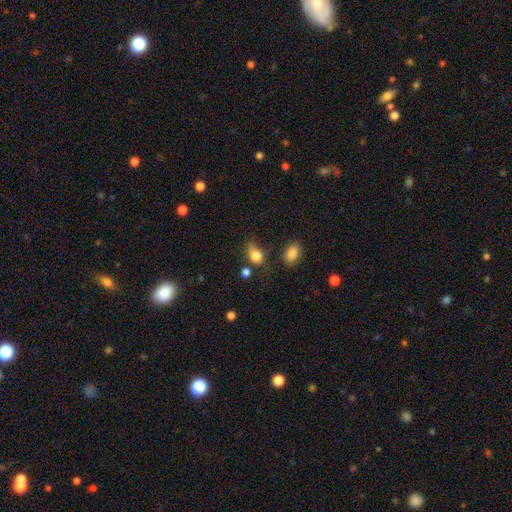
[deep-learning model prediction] Smooth or featured?
  - smooth: 80% *
  - star or artifact: 11%
  - featured or disk: 9%
How rounded?
  - in between: 60% *
  - round: 38%
  - cigar-shaped: 2%
Merging?
  - none: 41% *
  - minor disturbance: 32%
  - major disturbance: 18%
  - merger: 9%